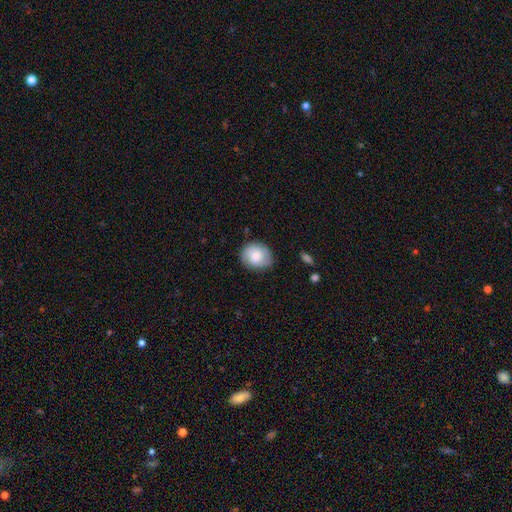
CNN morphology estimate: Smooth or featured: smooth — 71% (featured or disk — 22%)
How rounded: round — 67% (in between — 32%)
Merging: none — 80% (minor disturbance — 15%)